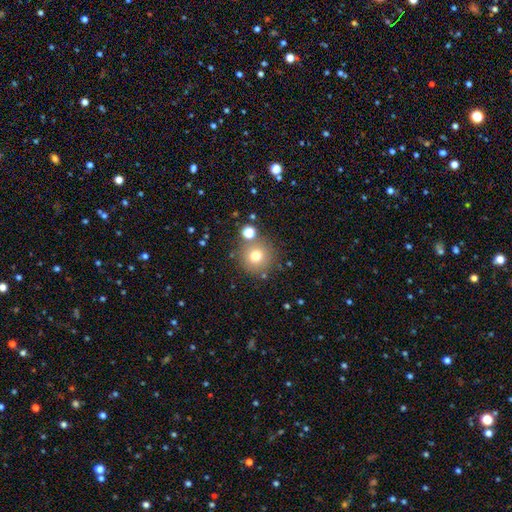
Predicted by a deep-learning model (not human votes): Smooth or featured: smooth — 72% (star or artifact — 15%)
How rounded: round — 94% (in between — 5%)
Merging: none — 79% (merger — 9%)